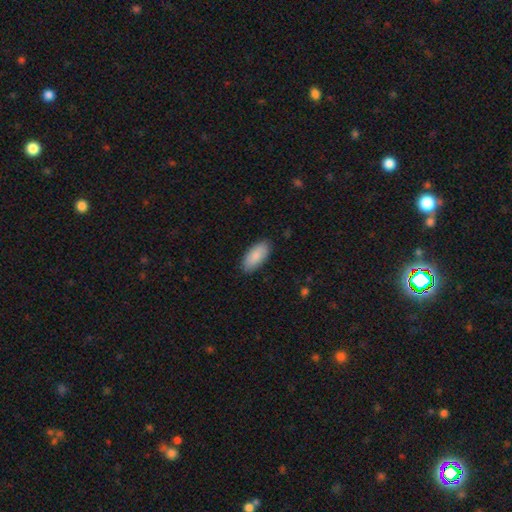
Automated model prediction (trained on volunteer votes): smooth 88%, featured or disk 6%, star or artifact 5%. Down the decision tree: how rounded — in between (90%); merging — none (87%).